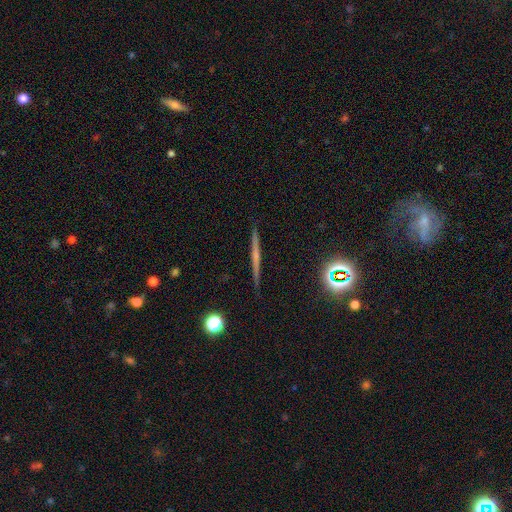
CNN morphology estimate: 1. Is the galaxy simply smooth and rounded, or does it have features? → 56% featured or disk, 30% smooth, 14% star or artifact.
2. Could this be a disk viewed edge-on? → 97% yes, 3% no.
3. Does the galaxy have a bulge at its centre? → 64% none, 27% rounded, 8% boxy.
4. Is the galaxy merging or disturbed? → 91% none, 6% minor disturbance, 1% major disturbance, 1% merger.